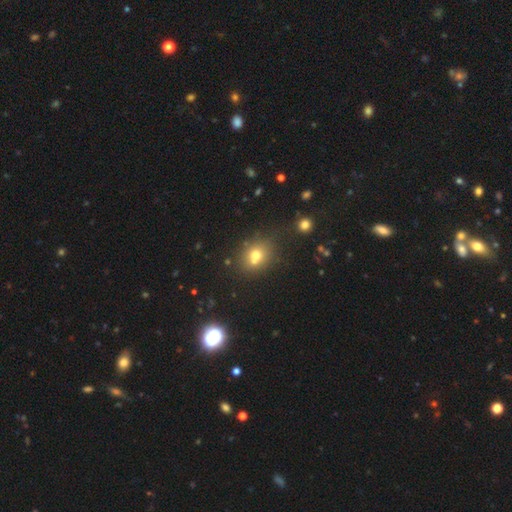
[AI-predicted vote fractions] smooth_or_featured: smooth (p=0.68) [alt: star or artifact p=0.16]
how_rounded: round (p=0.67) [alt: in between p=0.32]
merging: none (p=0.54) [alt: merger p=0.31]